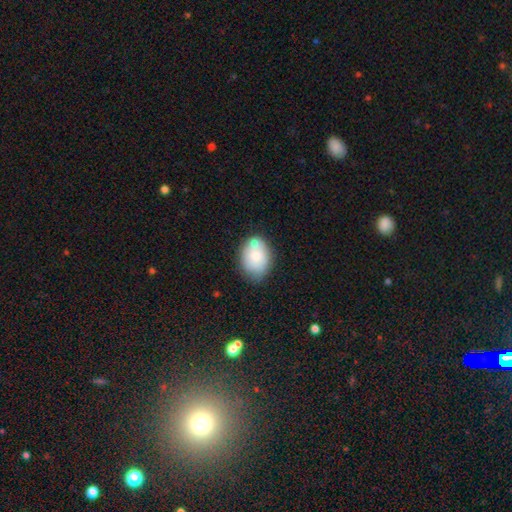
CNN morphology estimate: This is likely a smooth galaxy (76%). How rounded: likely in between (70%). Merging: likely none (61%).